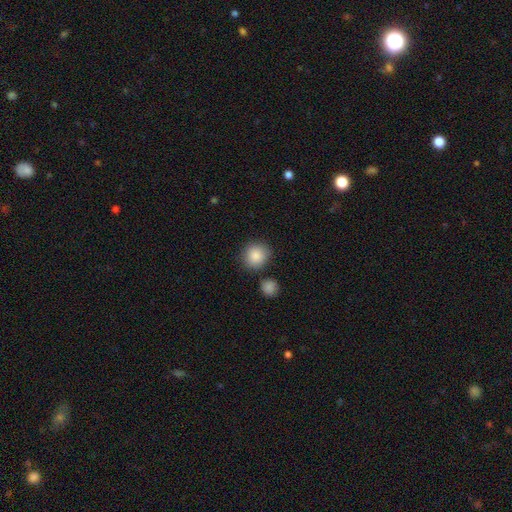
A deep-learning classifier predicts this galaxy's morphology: A smooth galaxy with no disk features (88%) that is round (85%).

Vote fractions:
- Smooth or featured? smooth: 88% / star or artifact: 8% / featured or disk: 5%
- How rounded? round: 85% / in between: 14% / cigar-shaped: 1%
- Merging? none: 79% / minor disturbance: 10% / merger: 8% / major disturbance: 3%